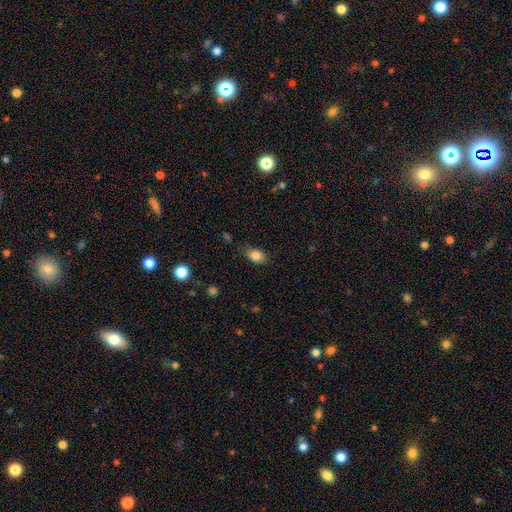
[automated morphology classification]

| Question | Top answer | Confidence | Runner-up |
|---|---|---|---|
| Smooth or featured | smooth | 85% | star or artifact (9%) |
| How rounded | in between | 81% | round (17%) |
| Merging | none | 78% | minor disturbance (17%) |